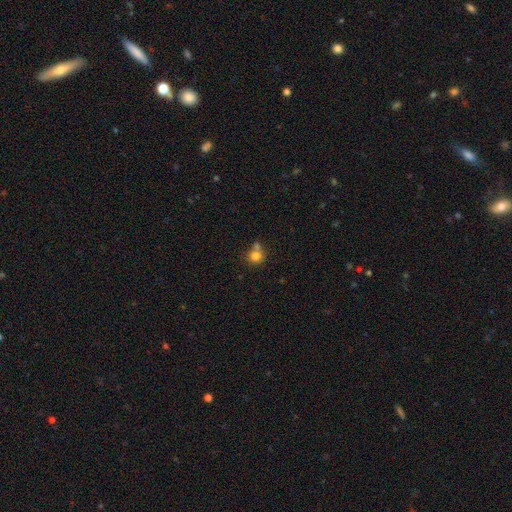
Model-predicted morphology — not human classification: Smooth or featured?
  - smooth: 79% *
  - star or artifact: 12%
  - featured or disk: 10%
How rounded?
  - round: 86% *
  - in between: 13%
  - cigar-shaped: 1%
Merging?
  - none: 49% *
  - merger: 35%
  - minor disturbance: 11%
  - major disturbance: 5%